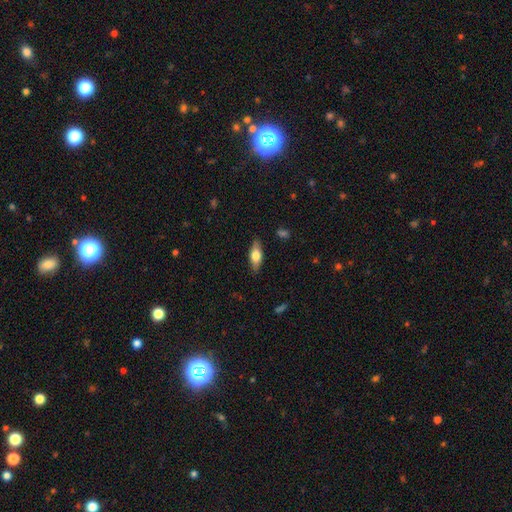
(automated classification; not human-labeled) Smooth or featured? Predicted: smooth (p=0.66). How rounded? Predicted: in between (p=0.72). Merging? Predicted: none (p=0.86).